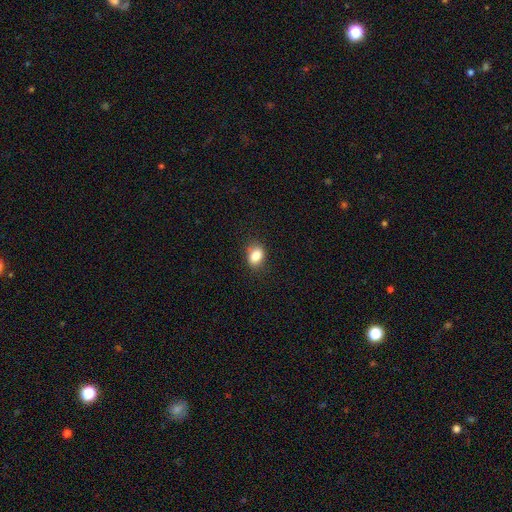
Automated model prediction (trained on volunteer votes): Smooth or featured? smooth (85%)
How rounded? in between (71%)
Merging? none (80%)